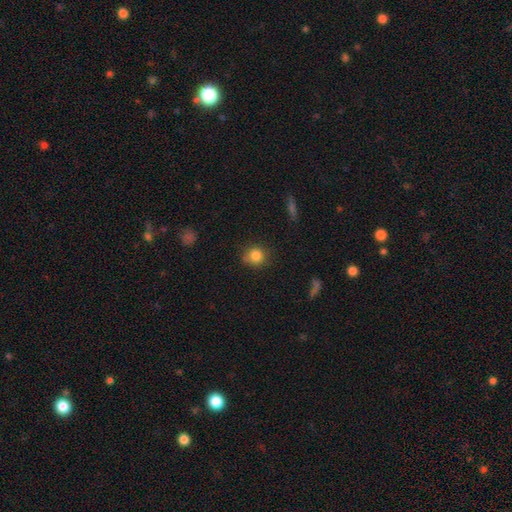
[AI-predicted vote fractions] Q: Smooth or featured?
A: smooth (84%); runner-up: star or artifact (10%)
Q: How rounded?
A: round (85%); runner-up: in between (13%)
Q: Merging?
A: none (77%); runner-up: minor disturbance (17%)